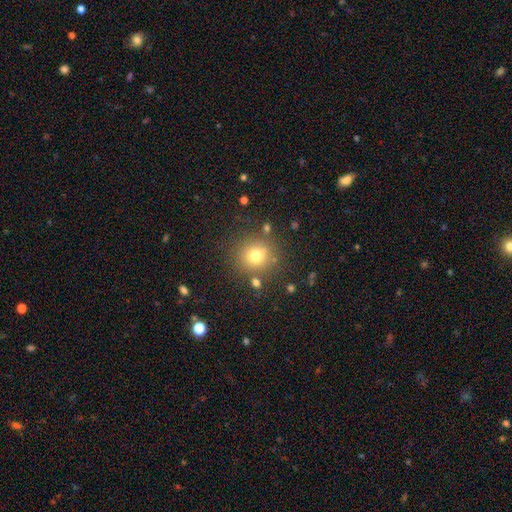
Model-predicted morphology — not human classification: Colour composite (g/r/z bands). It shows a smooth galaxy with no disk features (74%) that is round (90%). Merging: none (82%).